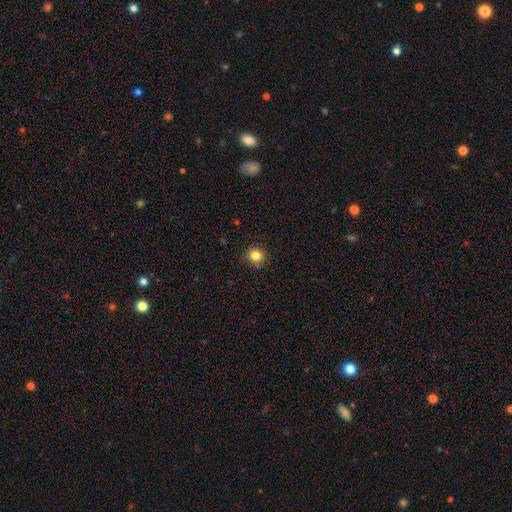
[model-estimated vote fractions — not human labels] This appears to be a smooth galaxy with no disk features (84%) that is round (87%). Merging: none (83%).